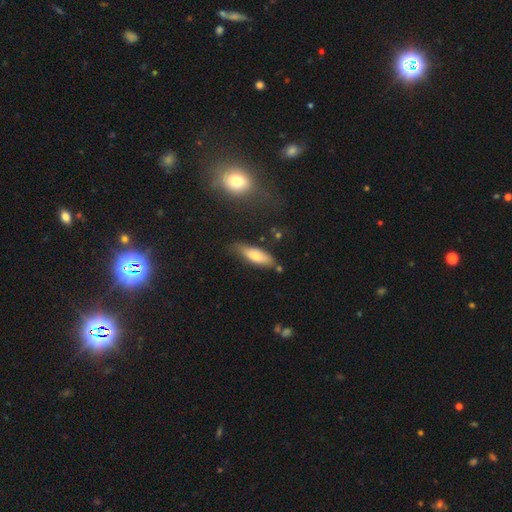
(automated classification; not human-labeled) The model was most divided on "how rounded": in between: 57%, cigar-shaped: 41%, round: 2%. More confident: smooth or featured — smooth (72%); merging — none (68%).